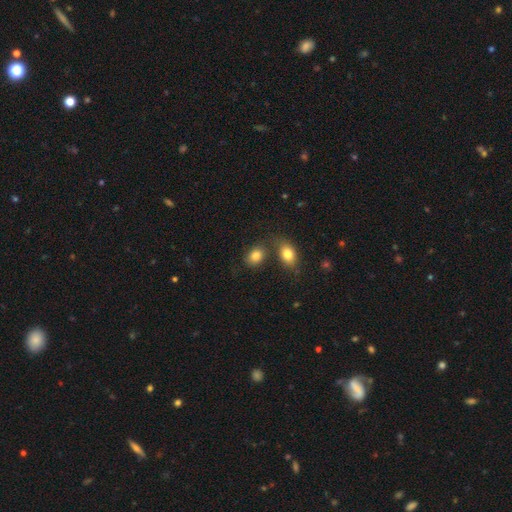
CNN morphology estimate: This appears to be a smooth galaxy with no disk features (81%) that is in between round and cigar-shaped (68%). Merging: none (60%).